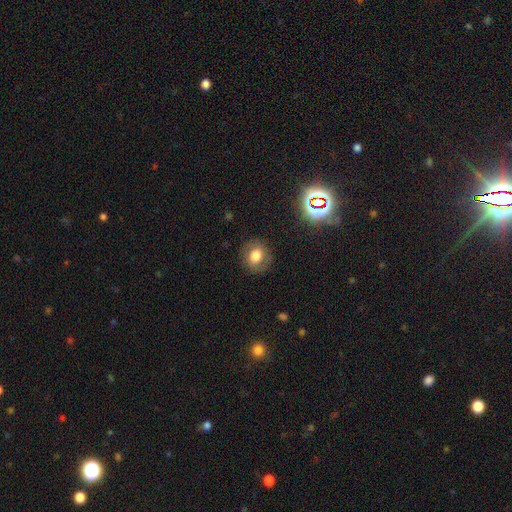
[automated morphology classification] A smooth galaxy with no disk features (69%) that is round (70%).

Vote fractions:
- Smooth or featured? smooth: 69% / featured or disk: 19% / star or artifact: 12%
- How rounded? round: 70% / in between: 29% / cigar-shaped: 1%
- Merging? none: 84% / minor disturbance: 11% / major disturbance: 4% / merger: 1%